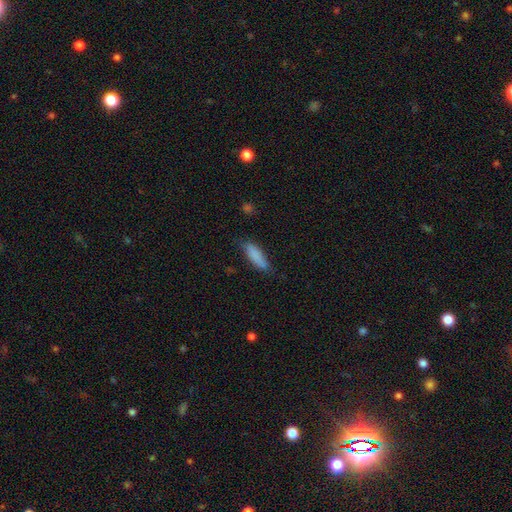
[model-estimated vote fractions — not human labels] Morphology: type=smooth (84%); roundness=cigar-shaped (56%); merging=none (73%).